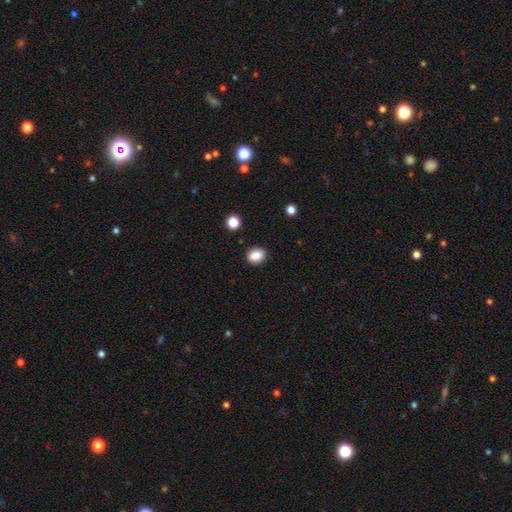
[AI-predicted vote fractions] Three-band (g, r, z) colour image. It shows a smooth galaxy with no disk features (87%) that is round (53%). Merging: none (89%).